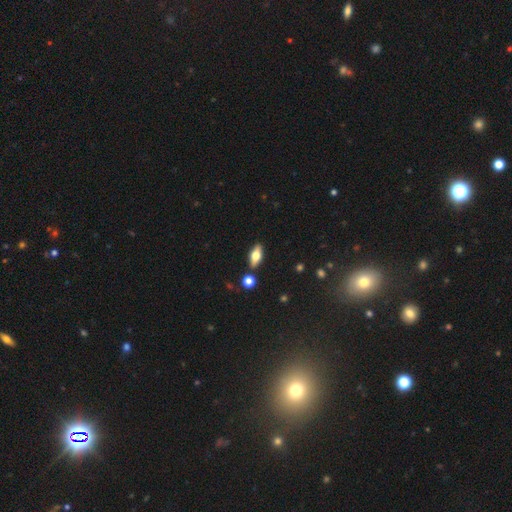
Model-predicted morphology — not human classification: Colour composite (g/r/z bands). It shows a smooth galaxy with no disk features (56%) that is in between round and cigar-shaped (75%). Merging: none (84%).